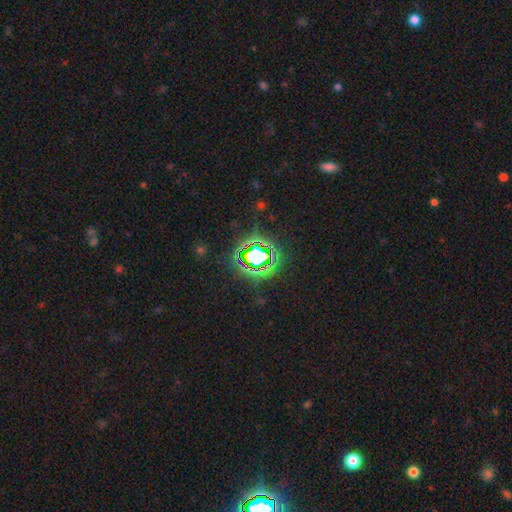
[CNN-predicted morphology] Smooth or featured? star or artifact (71%)